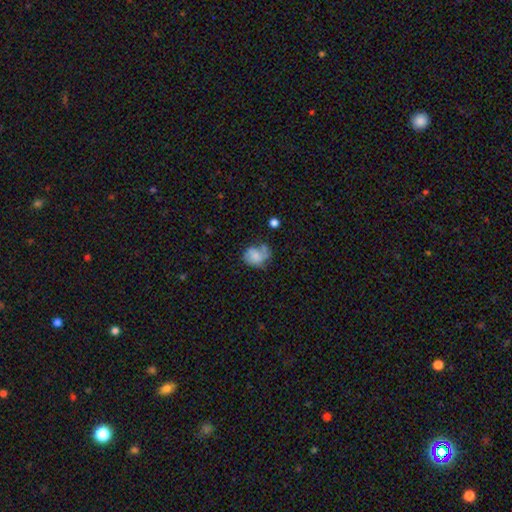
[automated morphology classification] Overall: smooth (65%; featured or disk 26%). How rounded: in between (55%; round 44%). Merging: none (37%; minor disturbance 31%).